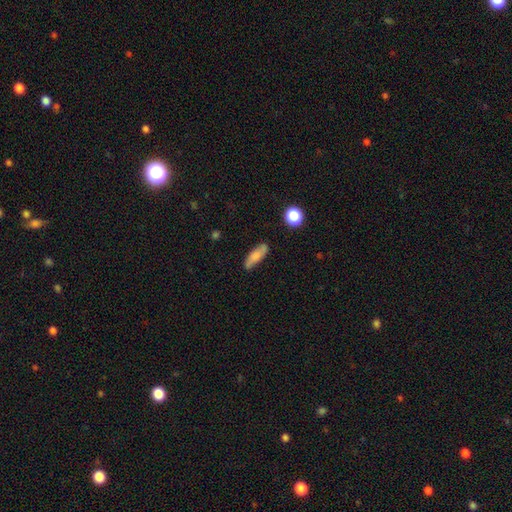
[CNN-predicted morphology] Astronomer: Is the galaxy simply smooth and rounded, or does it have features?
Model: smooth — 68%.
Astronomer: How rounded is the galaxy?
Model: in between — 49% (runner-up: cigar-shaped, 48%).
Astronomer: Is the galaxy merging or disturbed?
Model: none — 76%.